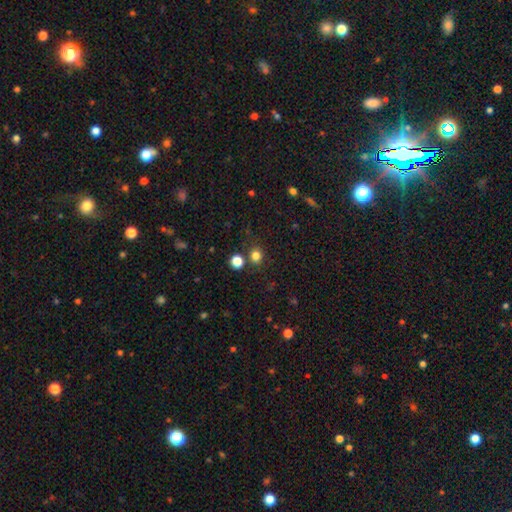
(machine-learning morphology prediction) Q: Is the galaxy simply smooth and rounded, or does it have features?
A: smooth — 80%.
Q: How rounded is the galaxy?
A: round — 81%.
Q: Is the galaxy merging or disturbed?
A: none — 80%.